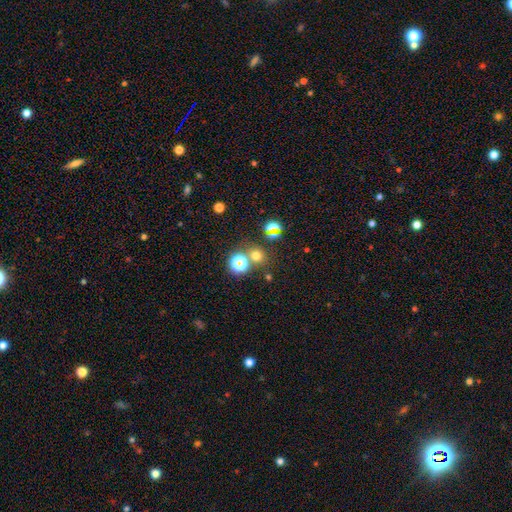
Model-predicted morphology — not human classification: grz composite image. It shows a smooth galaxy with no disk features (59%) that is round (86%). Merging: none (74%).